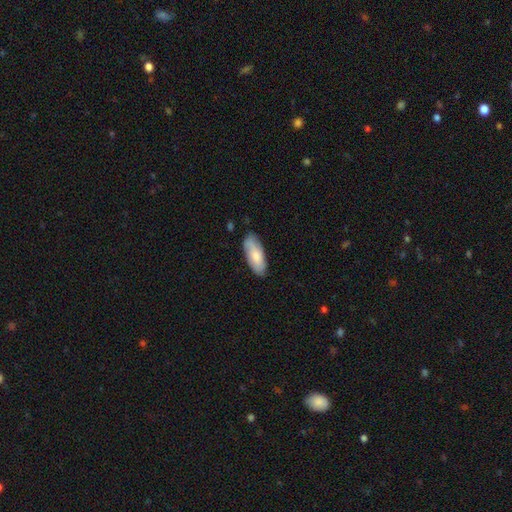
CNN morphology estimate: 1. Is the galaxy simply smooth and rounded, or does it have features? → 74% smooth, 21% featured or disk, 5% star or artifact.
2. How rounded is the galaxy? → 81% in between, 18% cigar-shaped, 2% round.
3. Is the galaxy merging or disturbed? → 80% none, 16% minor disturbance, 3% major disturbance, 1% merger.